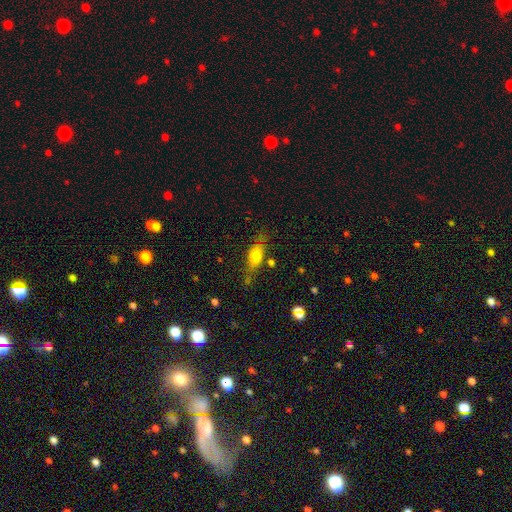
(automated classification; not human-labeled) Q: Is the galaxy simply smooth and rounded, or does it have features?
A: smooth — 67%.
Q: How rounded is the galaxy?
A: in between — 68%.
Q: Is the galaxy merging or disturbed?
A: none — 59%.